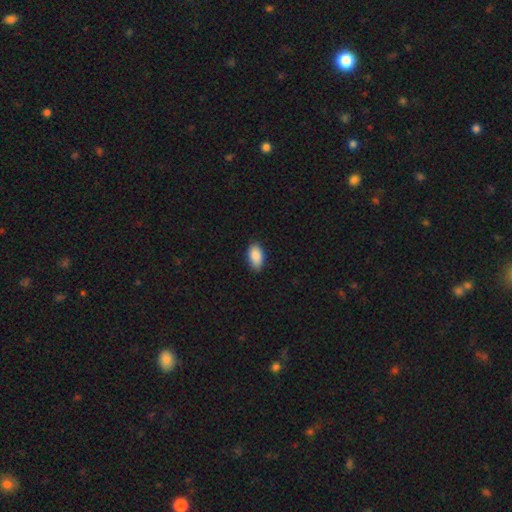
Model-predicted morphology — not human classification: Smooth or featured? Predicted: smooth (p=0.89). How rounded? Predicted: in between (p=0.94). Merging? Predicted: none (p=0.82).